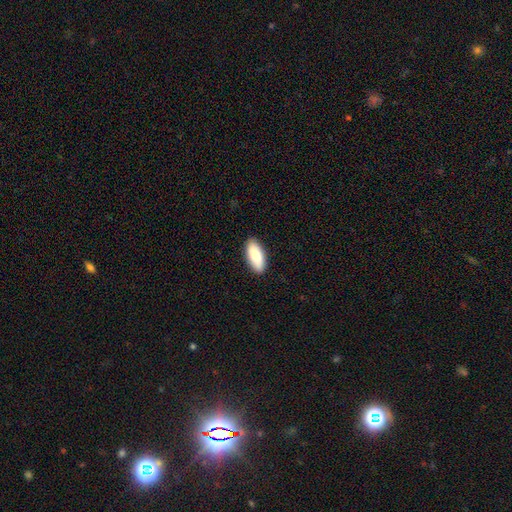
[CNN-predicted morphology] Overall: smooth (86%). How rounded: in between (86%). Merging: none (90%).